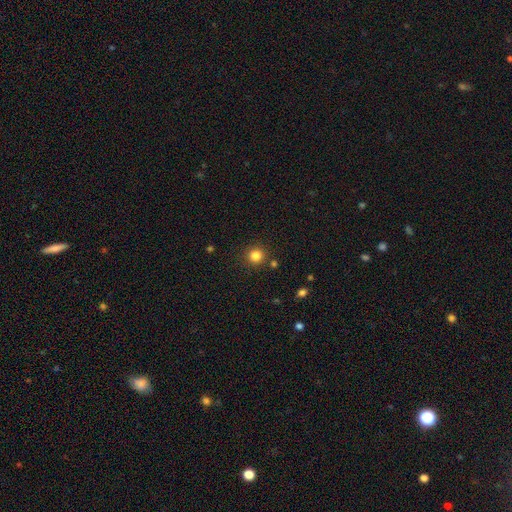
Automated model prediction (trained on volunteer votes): smooth-or-featured: smooth: 83% | star or artifact: 13% | featured or disk: 5%
  how-rounded: round: 93% | in between: 6% | cigar-shaped: 1%
  merging: none: 87% | minor disturbance: 6% | merger: 4% | major disturbance: 2%